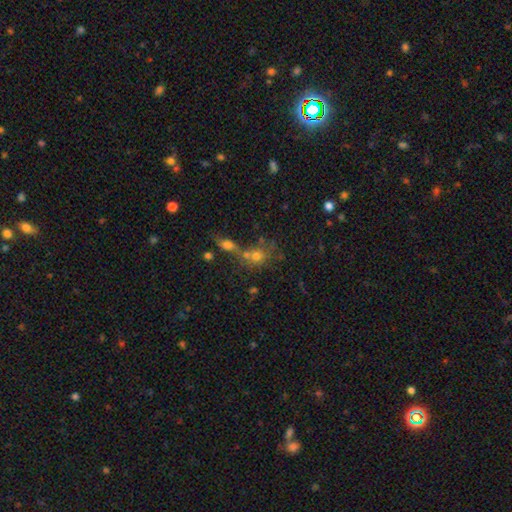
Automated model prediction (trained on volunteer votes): Overall: smooth (56%; star or artifact 25%). How rounded: round (68%; in between 29%). Merging: none (42%, tied with merger).